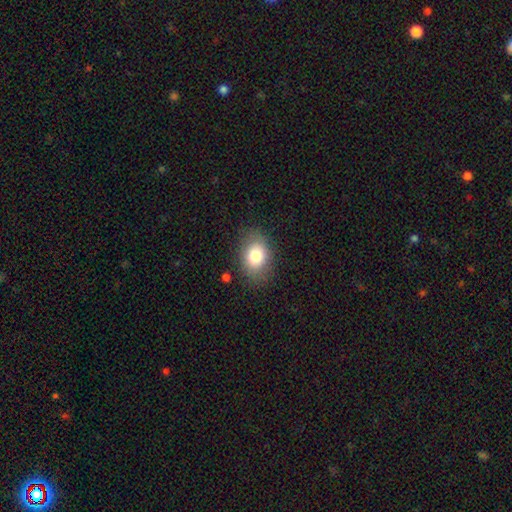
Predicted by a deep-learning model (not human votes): smooth 79%, featured or disk 12%, star or artifact 9%. Down the decision tree: how rounded — in between (71%); merging — none (81%).